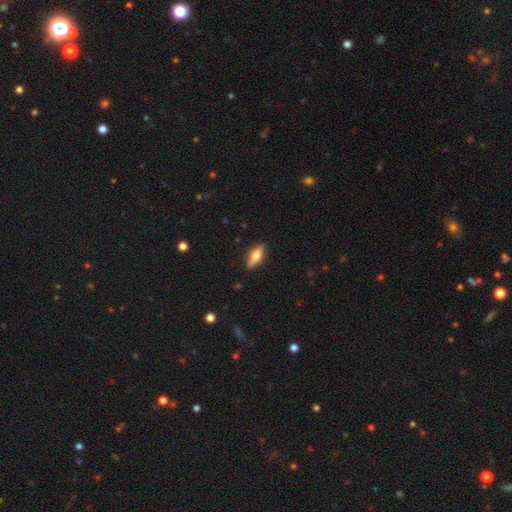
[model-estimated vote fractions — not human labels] Morphology: type=smooth (53%); roundness=in between (62%); merging=none (87%).